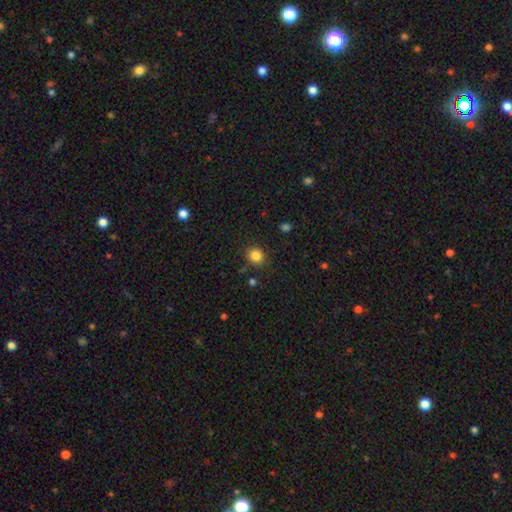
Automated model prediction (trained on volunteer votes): Morphology: type=smooth (84%); roundness=round (82%); merging=none (88%).